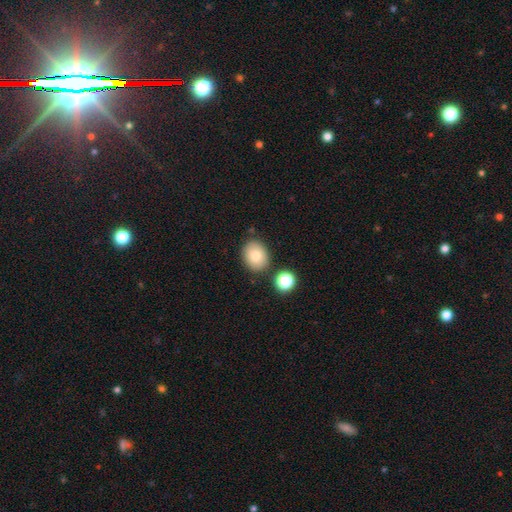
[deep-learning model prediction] A smooth galaxy with no disk features (81%) that is in between round and cigar-shaped (52%).

Vote fractions:
- Smooth or featured? smooth: 81% / star or artifact: 10% / featured or disk: 9%
- How rounded? in between: 52% / round: 47% / cigar-shaped: 1%
- Merging? none: 81% / minor disturbance: 11% / merger: 6% / major disturbance: 3%